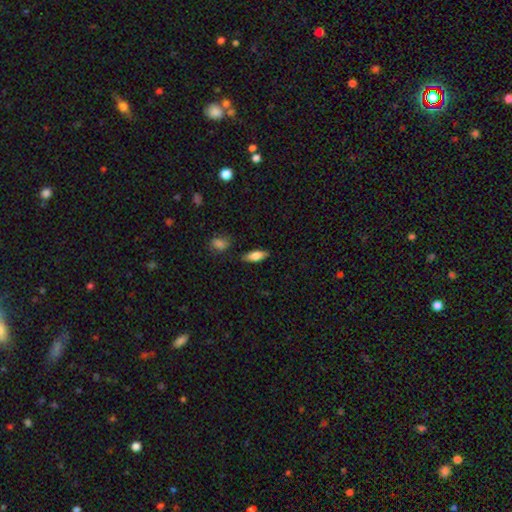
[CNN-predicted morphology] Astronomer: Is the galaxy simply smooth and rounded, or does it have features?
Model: smooth — 79%.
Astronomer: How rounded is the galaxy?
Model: in between — 74%.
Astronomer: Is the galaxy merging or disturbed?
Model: none — 84%.